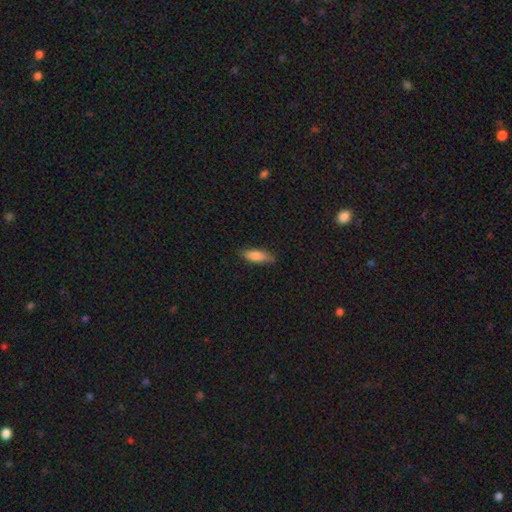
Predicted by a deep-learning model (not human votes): This is clearly a smooth galaxy (81%). How rounded: possibly in between (58%). Merging: clearly none (81%).